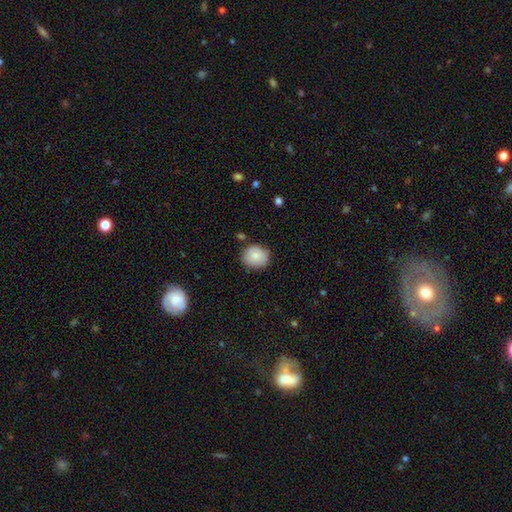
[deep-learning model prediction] Morphology: type=smooth (84%); roundness=round (77%); merging=none (80%).